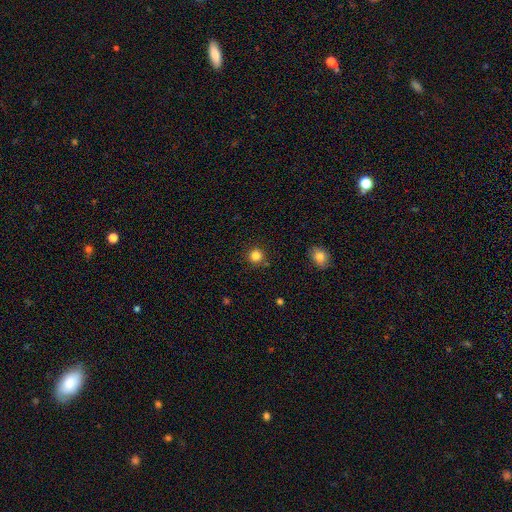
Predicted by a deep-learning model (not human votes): Smooth or featured? smooth (83%)
How rounded? round (94%)
Merging? none (88%)